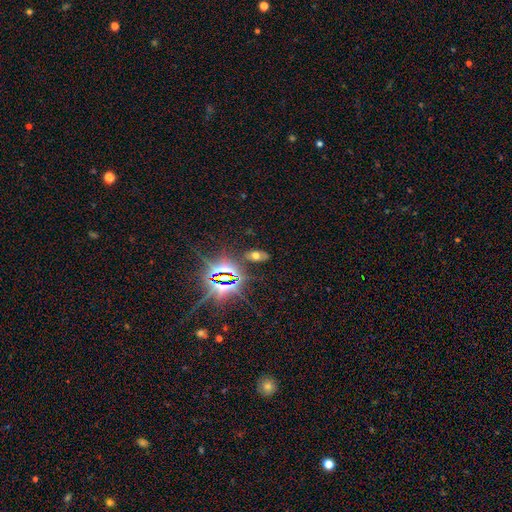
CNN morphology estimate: Overall: smooth (43%; star or artifact 41%). Merging: none (81%).